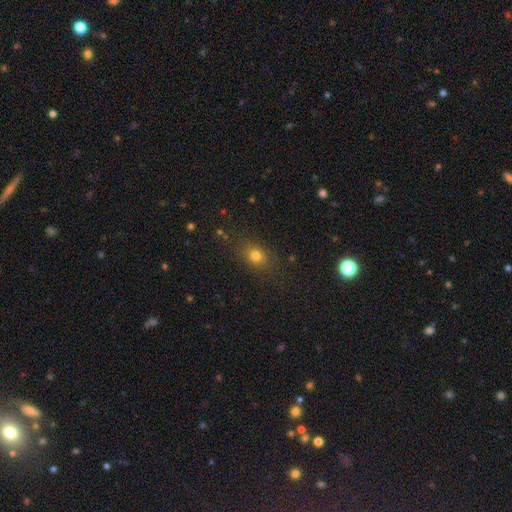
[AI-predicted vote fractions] Morphology: type=smooth (74%); roundness=in between (53%); merging=none (81%).